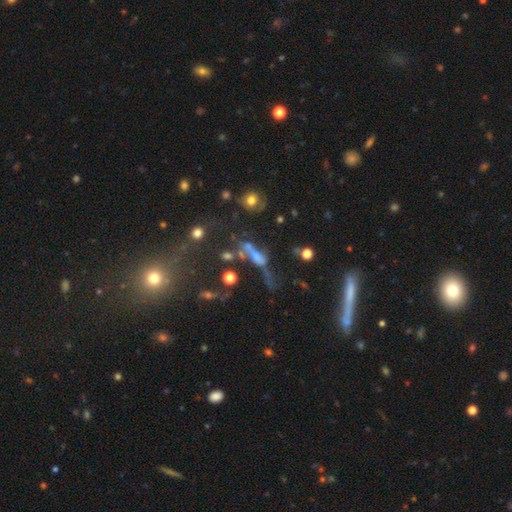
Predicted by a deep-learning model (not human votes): Smooth or featured: featured or disk — 40% (tied with smooth — 40%)
Merging: merger — 32% (major disturbance — 31%)